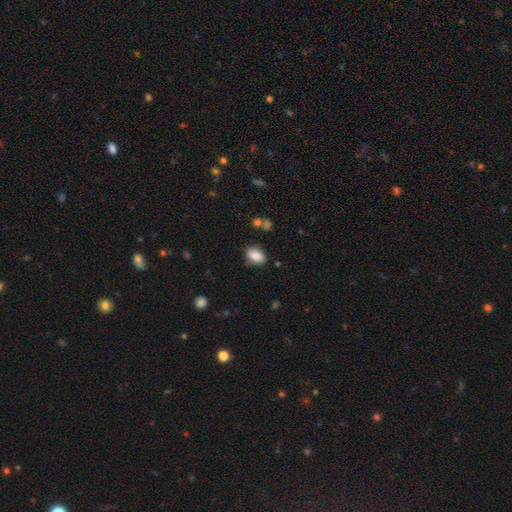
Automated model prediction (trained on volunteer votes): Overall: smooth (86%). How rounded: in between (88%). Merging: none (77%).